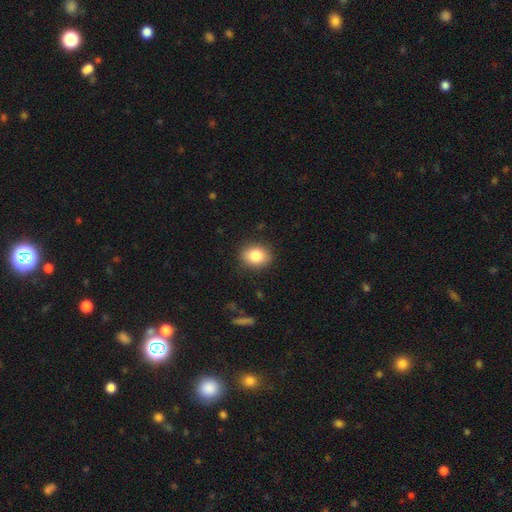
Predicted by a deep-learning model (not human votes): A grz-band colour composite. It shows a smooth galaxy with no disk features (84%) that is round (53%). Merging: none (87%).